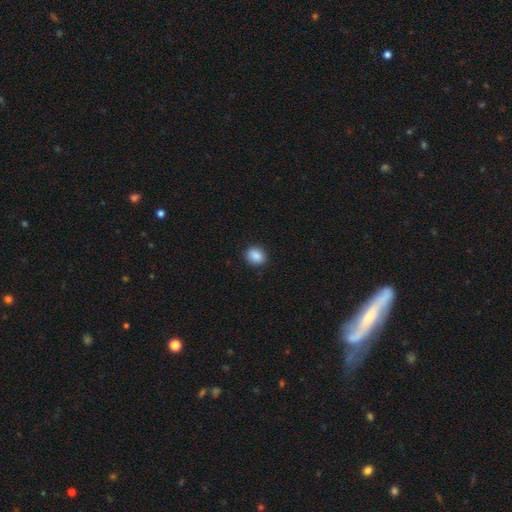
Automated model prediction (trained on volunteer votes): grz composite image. It shows a smooth galaxy with no disk features (88%) that is round (54%). Merging: none (89%).